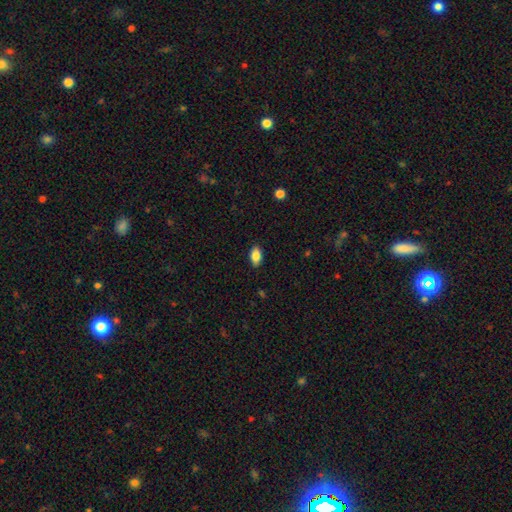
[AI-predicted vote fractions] Morphology: type=smooth (84%); roundness=in between (90%); merging=none (87%).